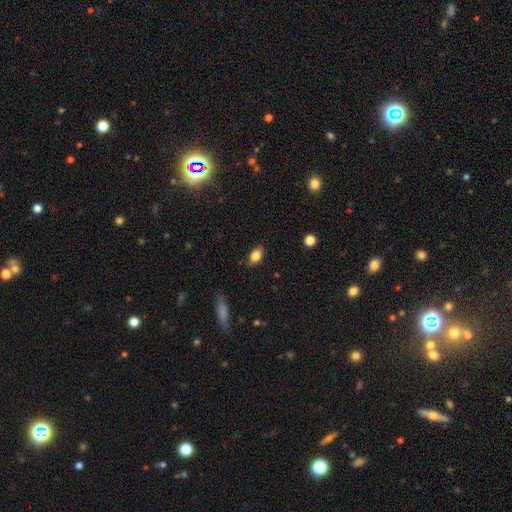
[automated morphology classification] Overall: smooth (82%). How rounded: in between (84%). Merging: none (81%).